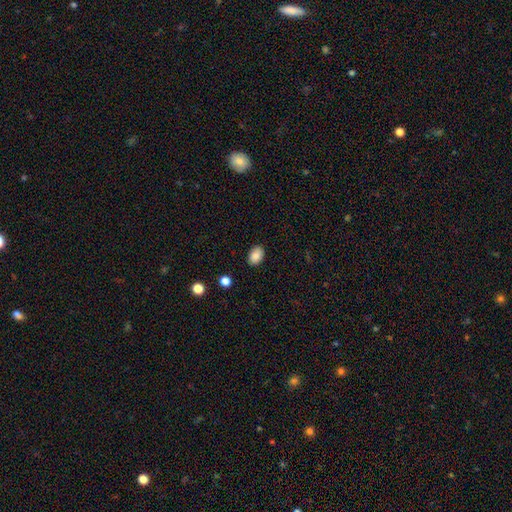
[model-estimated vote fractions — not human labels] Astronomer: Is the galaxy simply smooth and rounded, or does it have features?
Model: smooth — 87%.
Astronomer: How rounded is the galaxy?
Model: in between — 85%.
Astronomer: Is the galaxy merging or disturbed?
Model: none — 87%.